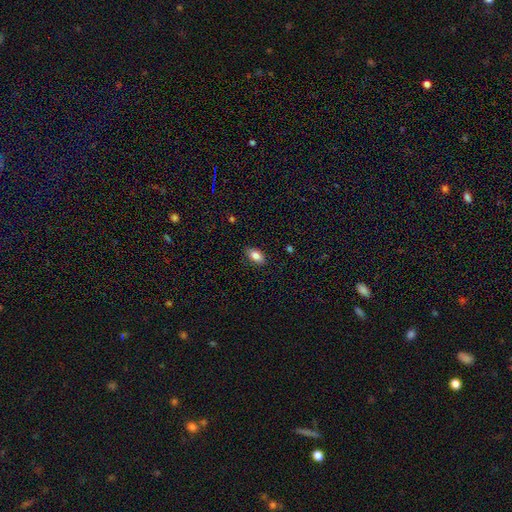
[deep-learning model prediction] This appears to be a smooth galaxy with no disk features (83%) that is in between round and cigar-shaped (90%). Merging: none (84%).